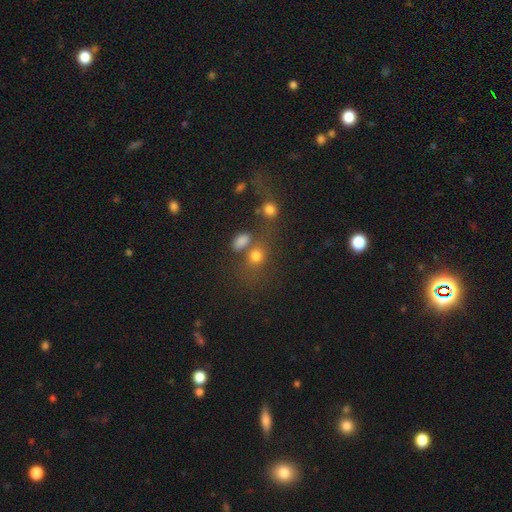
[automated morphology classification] This appears to be a smooth galaxy with no disk features (73%) that is round (53%). Merging: none (43%).